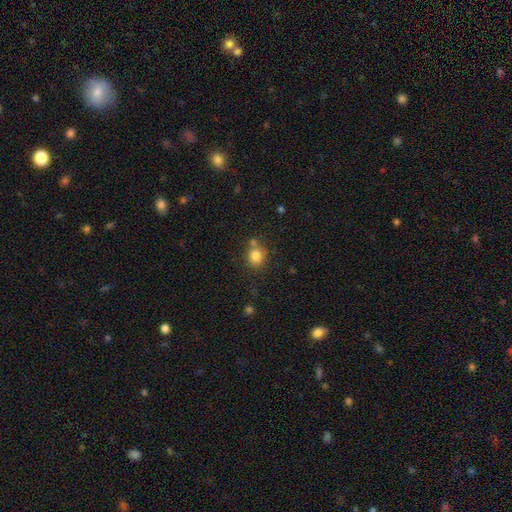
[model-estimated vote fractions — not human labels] Smooth or featured?
  - smooth: 82% *
  - star or artifact: 11%
  - featured or disk: 7%
How rounded?
  - round: 74% *
  - in between: 25%
  - cigar-shaped: 1%
Merging?
  - none: 68% *
  - merger: 15%
  - minor disturbance: 13%
  - major disturbance: 4%